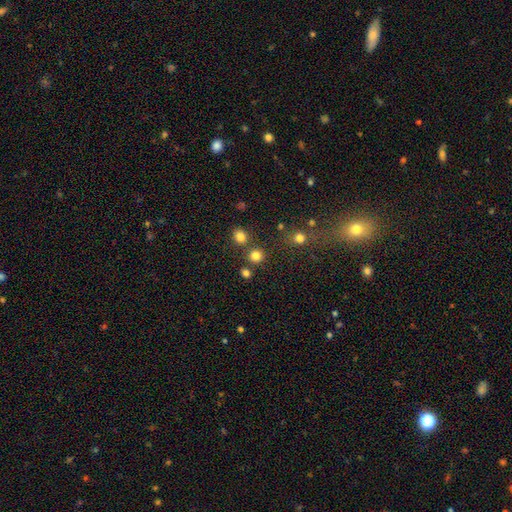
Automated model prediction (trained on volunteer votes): Smooth or featured? Predicted: smooth (p=0.80). How rounded? Predicted: round (p=0.88). Merging? Predicted: none (p=0.76).